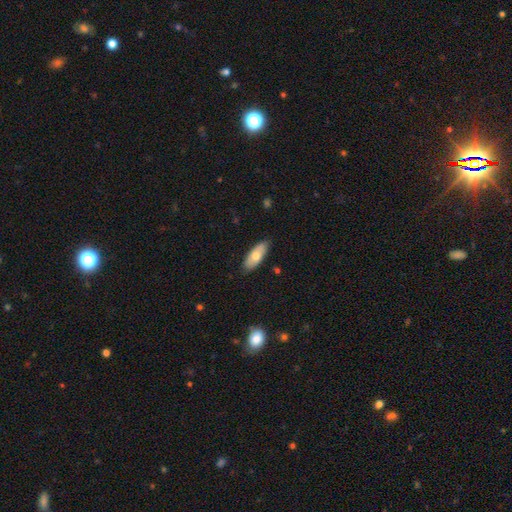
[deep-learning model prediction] The model was most divided on "smooth or featured": smooth: 70%, featured or disk: 24%, star or artifact: 6%. More confident: merging — none (86%); how rounded — in between (80%).